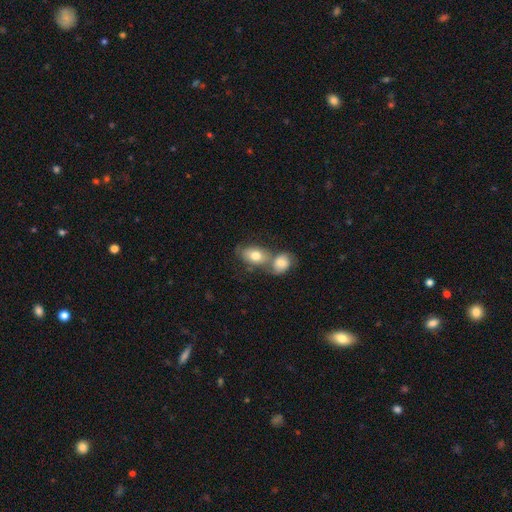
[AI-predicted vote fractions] Smooth or featured?
  - smooth: 73% *
  - featured or disk: 20%
  - star or artifact: 6%
How rounded?
  - in between: 83% *
  - round: 15%
  - cigar-shaped: 2%
Merging?
  - merger: 56% *
  - none: 29%
  - minor disturbance: 11%
  - major disturbance: 4%